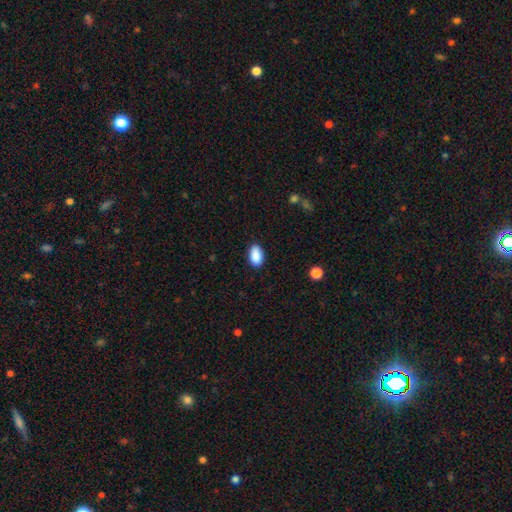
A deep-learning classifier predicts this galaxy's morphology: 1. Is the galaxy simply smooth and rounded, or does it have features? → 90% smooth, 7% star or artifact, 3% featured or disk.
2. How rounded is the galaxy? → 93% in between, 5% round, 2% cigar-shaped.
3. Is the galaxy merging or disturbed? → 87% none, 10% minor disturbance, 2% major disturbance, 1% merger.